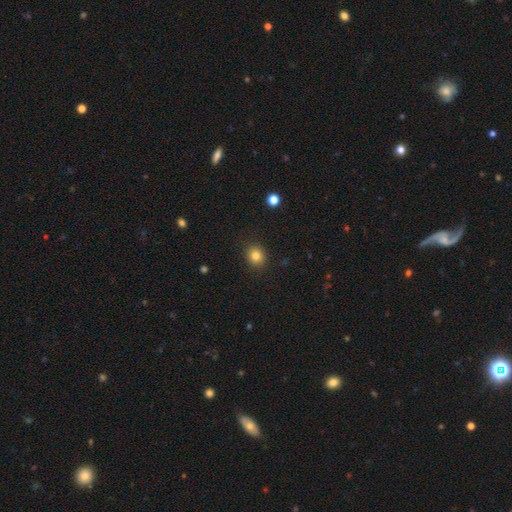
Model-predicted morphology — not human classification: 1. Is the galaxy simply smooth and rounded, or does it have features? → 83% smooth, 11% star or artifact, 6% featured or disk.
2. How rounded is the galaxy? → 79% round, 20% in between, 1% cigar-shaped.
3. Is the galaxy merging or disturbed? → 89% none, 7% minor disturbance, 2% major disturbance, 1% merger.